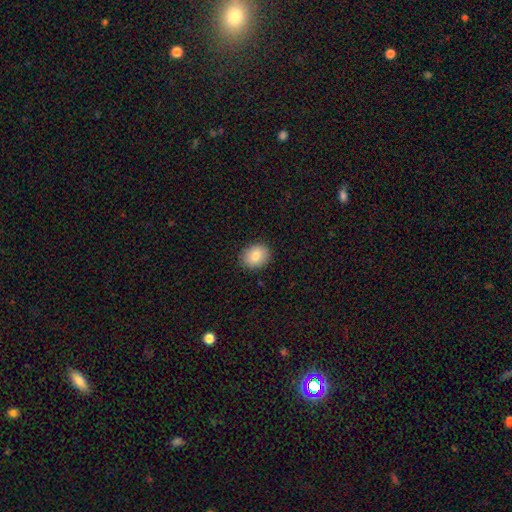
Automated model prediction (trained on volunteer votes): smooth-or-featured: smooth: 83% | featured or disk: 9% | star or artifact: 9%
  how-rounded: round: 63% | in between: 36% | cigar-shaped: 1%
  merging: none: 89% | minor disturbance: 8% | major disturbance: 2% | merger: 1%